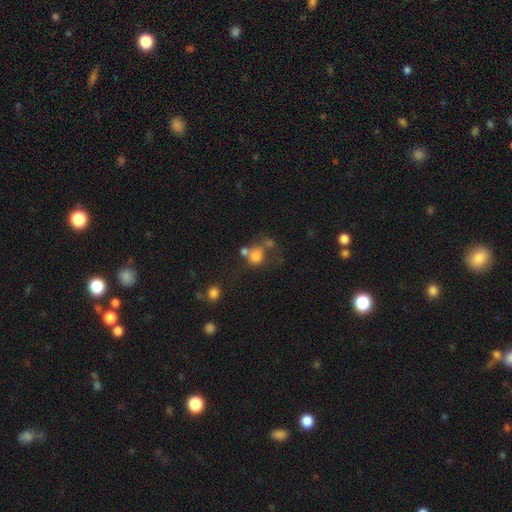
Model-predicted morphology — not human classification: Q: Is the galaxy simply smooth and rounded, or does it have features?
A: smooth — 72%.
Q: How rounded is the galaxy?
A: round — 69%.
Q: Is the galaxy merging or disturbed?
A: none — 37%.